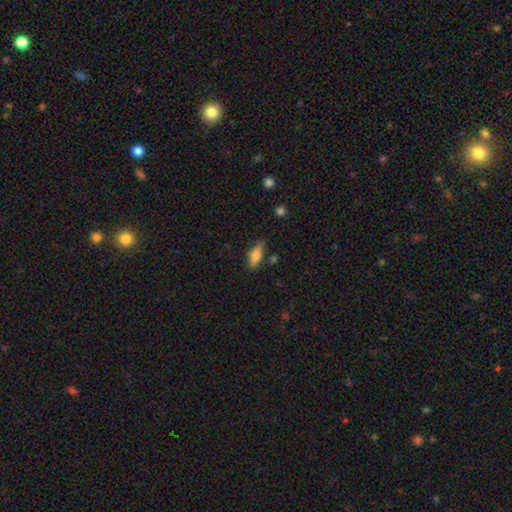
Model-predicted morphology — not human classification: A smooth galaxy with no disk features (79%) that is in between round and cigar-shaped (71%). Merging: none (76%).